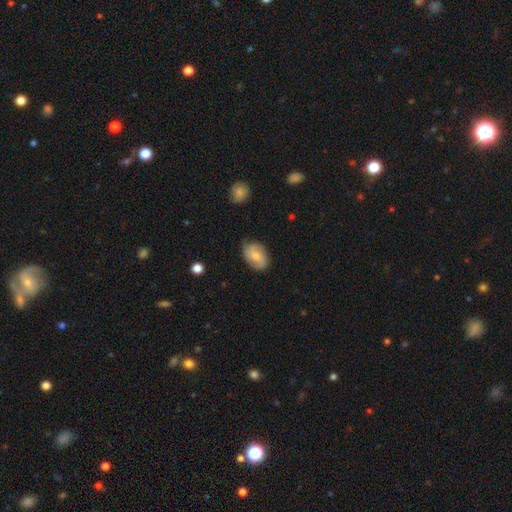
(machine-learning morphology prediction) type=featured or disk (47%); merging=none (70%).